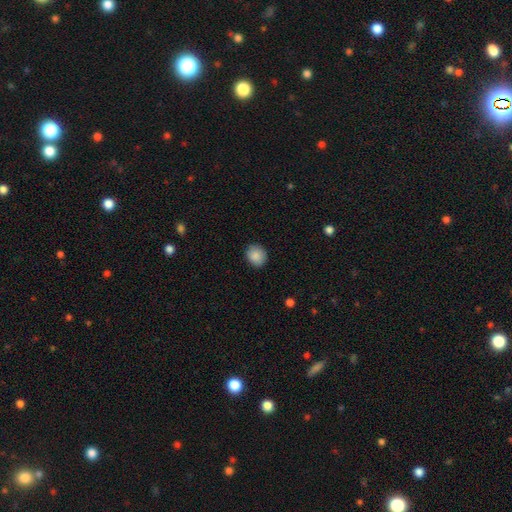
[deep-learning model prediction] The model was most divided on "how rounded": round: 69%, in between: 30%, cigar-shaped: 1%. More confident: smooth or featured — smooth (88%); merging — none (85%).